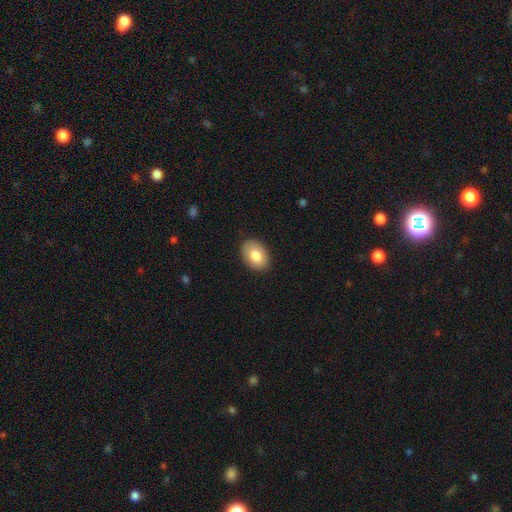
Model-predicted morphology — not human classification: Smooth or featured? Predicted: smooth (p=0.82). How rounded? Predicted: in between (p=0.83). Merging? Predicted: none (p=0.87).